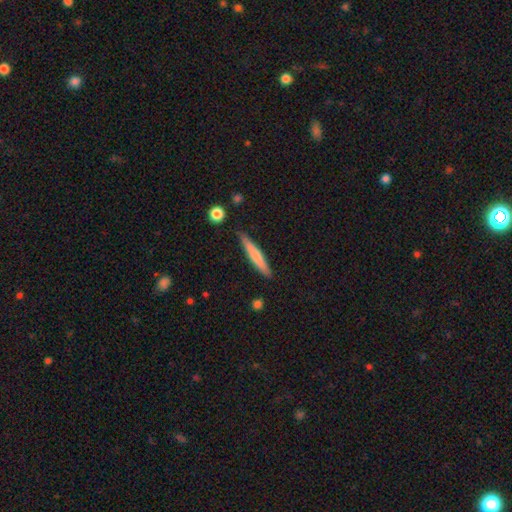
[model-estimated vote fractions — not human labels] A smooth galaxy with no disk features (65%) that is cigar-shaped (94%).

Vote fractions:
- Smooth or featured? smooth: 65% / featured or disk: 29% / star or artifact: 5%
- How rounded? cigar-shaped: 94% / in between: 5% / round: 1%
- Merging? none: 86% / minor disturbance: 10% / major disturbance: 2% / merger: 2%